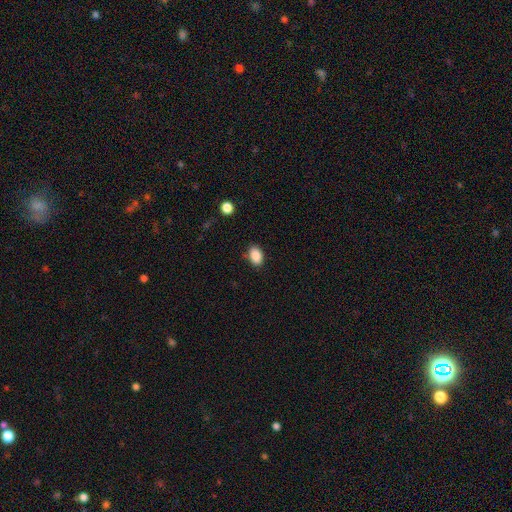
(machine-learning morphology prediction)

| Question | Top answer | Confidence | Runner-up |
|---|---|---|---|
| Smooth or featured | smooth | 88% | star or artifact (8%) |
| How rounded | in between | 85% | round (14%) |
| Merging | none | 83% | minor disturbance (12%) |